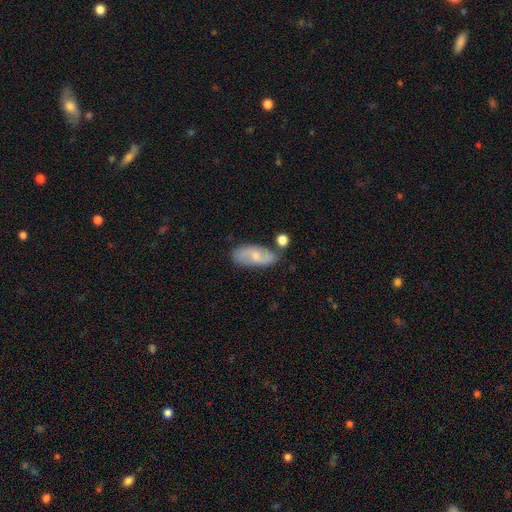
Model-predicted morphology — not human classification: The model was most divided on "smooth or featured": featured or disk: 48%, smooth: 45%, star or artifact: 7%. More confident: merging — none (70%).